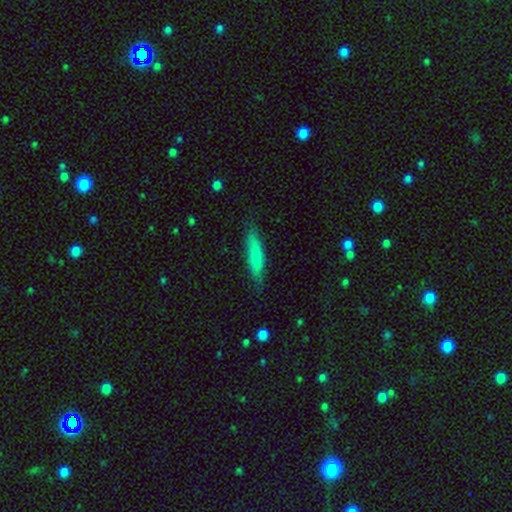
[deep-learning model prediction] smooth 77%, featured or disk 17%, star or artifact 6%. Down the decision tree: how rounded — cigar-shaped (84%); merging — none (81%).